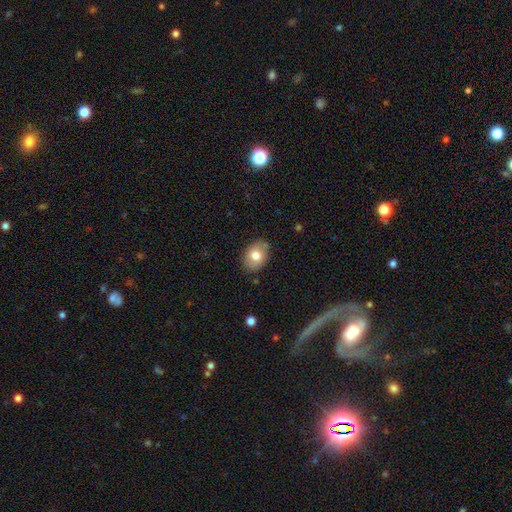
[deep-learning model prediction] A smooth galaxy with no disk features (75%) that is in between round and cigar-shaped (73%). Merging: none (82%).